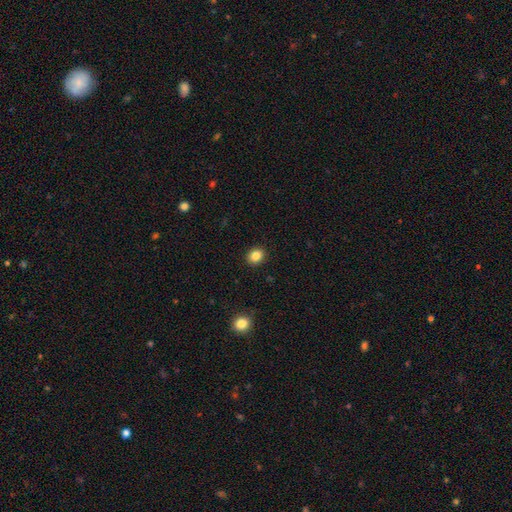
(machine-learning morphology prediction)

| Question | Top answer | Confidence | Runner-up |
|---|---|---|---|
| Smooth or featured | smooth | 84% | star or artifact (11%) |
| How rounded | round | 60% | in between (39%) |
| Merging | none | 91% | minor disturbance (6%) |